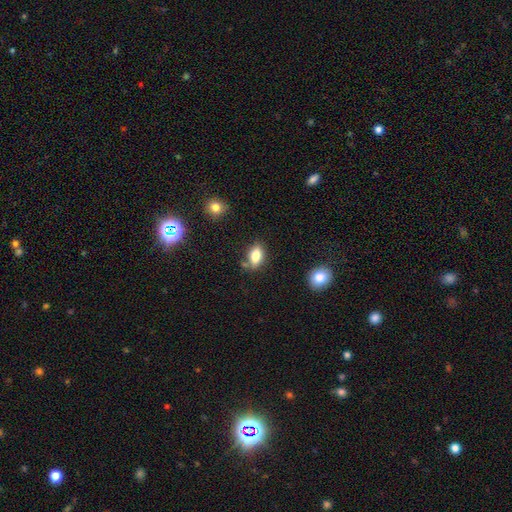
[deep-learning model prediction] Q: Smooth or featured?
A: smooth (79%); runner-up: featured or disk (12%)
Q: How rounded?
A: in between (86%); runner-up: round (9%)
Q: Merging?
A: none (69%); runner-up: minor disturbance (18%)